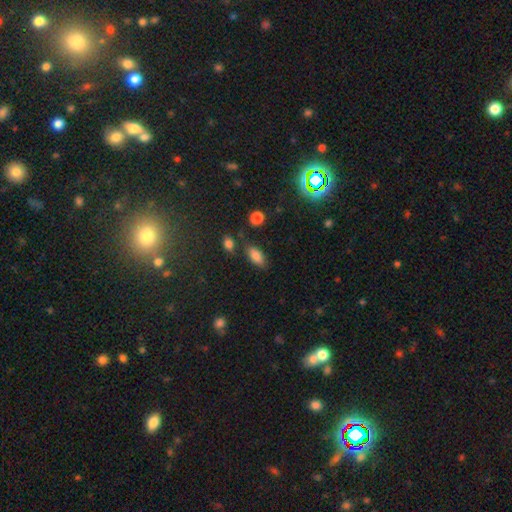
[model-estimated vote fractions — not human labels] Smooth or featured?
  - smooth: 82% *
  - star or artifact: 10%
  - featured or disk: 8%
How rounded?
  - in between: 89% *
  - cigar-shaped: 7%
  - round: 4%
Merging?
  - none: 73% *
  - minor disturbance: 16%
  - merger: 7%
  - major disturbance: 4%